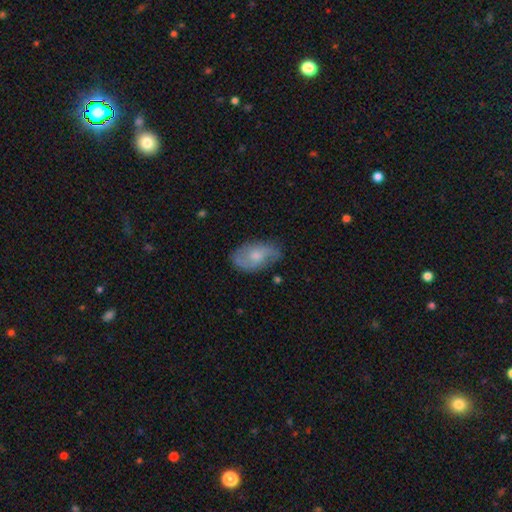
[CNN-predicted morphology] Smooth or featured? Predicted: featured or disk (p=0.48). Merging? Predicted: none (p=0.71).